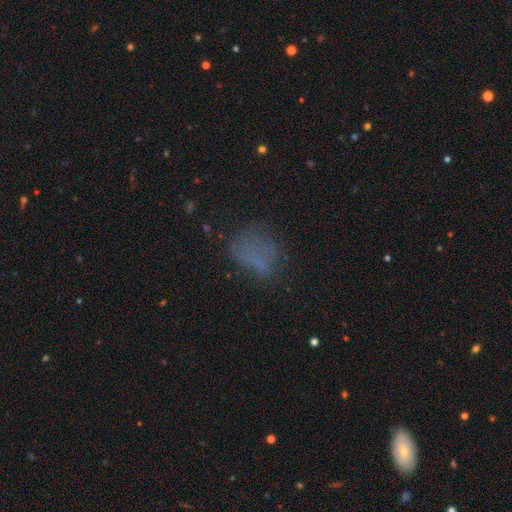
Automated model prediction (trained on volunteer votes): This appears to be a smooth galaxy with no disk features (57%) that is in between round and cigar-shaped (60%). Merging: none (56%).